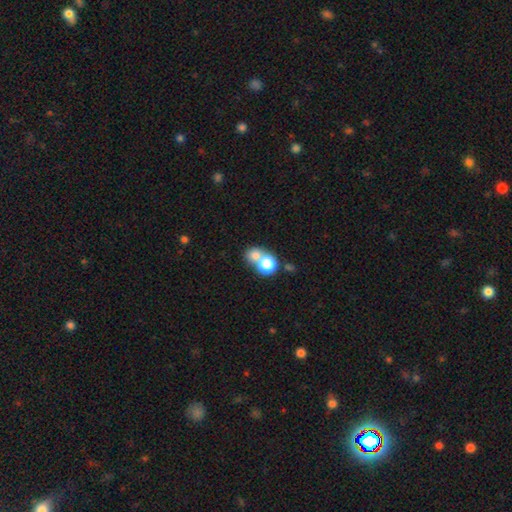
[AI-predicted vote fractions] Smooth or featured? smooth (76%)
How rounded? round (73%)
Merging? merger (57%)